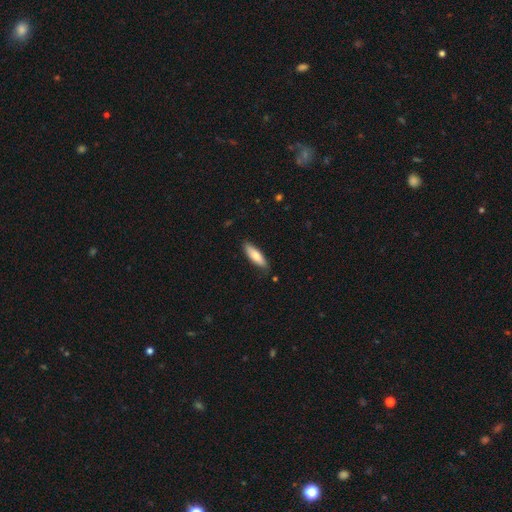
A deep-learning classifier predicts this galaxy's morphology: smooth-or-featured: smooth: 75% | featured or disk: 19% | star or artifact: 6%
  how-rounded: cigar-shaped: 53% | in between: 45% | round: 2%
  merging: none: 83% | minor disturbance: 14% | major disturbance: 2% | merger: 1%